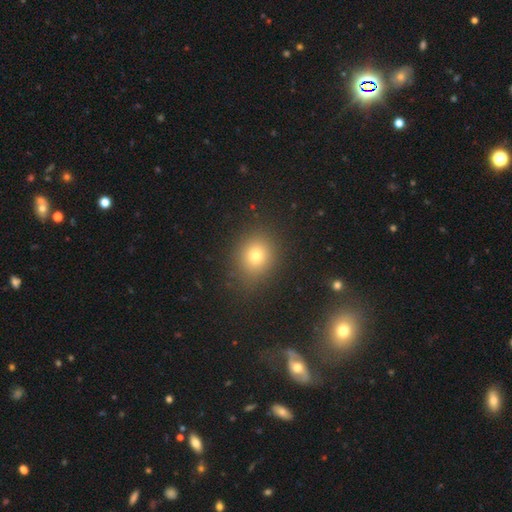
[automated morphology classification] Smooth or featured: smooth — 78% (star or artifact — 14%)
How rounded: round — 65% (in between — 34%)
Merging: none — 85% (minor disturbance — 10%)